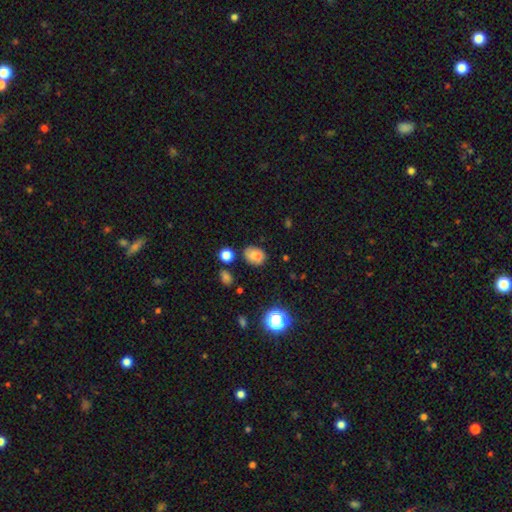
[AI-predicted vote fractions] This appears to be a smooth galaxy with no disk features (76%) that is in between round and cigar-shaped (66%). Merging: none (74%).